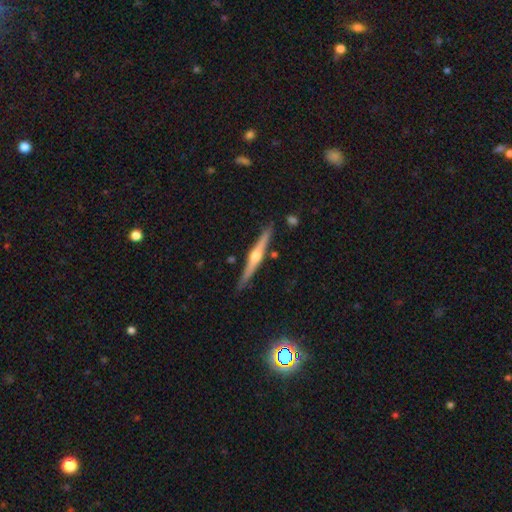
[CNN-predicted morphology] A featured or disk galaxy (77%) viewed edge-on (98%) with a rounded central bulge (92%).

Vote fractions:
- Smooth or featured? featured or disk: 77% / smooth: 17% / star or artifact: 5%
- Edge-on disk? yes: 98% / no: 2%
- Edge-on bulge? rounded: 92% / boxy: 4% / none: 4%
- Merging? none: 87% / minor disturbance: 9% / merger: 3% / major disturbance: 2%